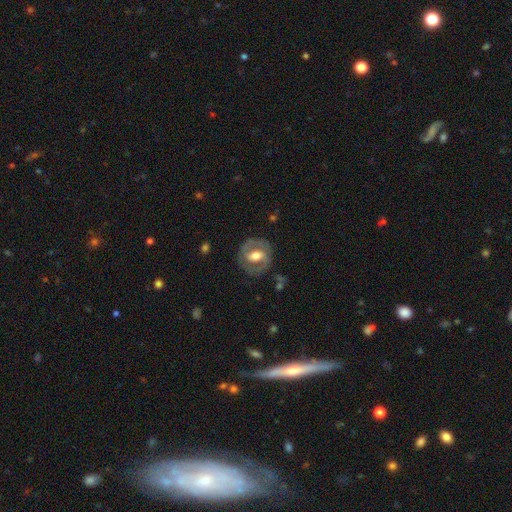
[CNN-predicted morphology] A featured or disk galaxy (69%) with a weak bar (41%), spiral arms (63%) and a moderate central bulge (67%). Merging: none (81%).